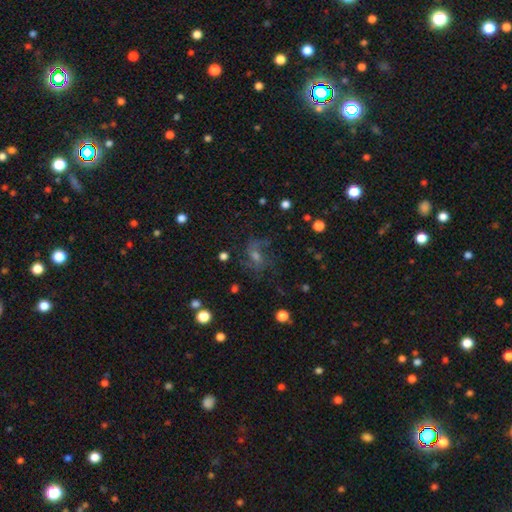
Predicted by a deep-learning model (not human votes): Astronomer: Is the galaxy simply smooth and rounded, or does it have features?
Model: featured or disk — 55%.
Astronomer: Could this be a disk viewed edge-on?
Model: no — 96%.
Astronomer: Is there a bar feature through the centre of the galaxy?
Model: no — 51% (runner-up: weak, 40%).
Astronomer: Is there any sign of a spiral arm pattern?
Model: yes — 85%.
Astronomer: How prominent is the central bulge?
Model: moderate — 46% (runner-up: small, 36%).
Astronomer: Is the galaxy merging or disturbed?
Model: none — 64%.